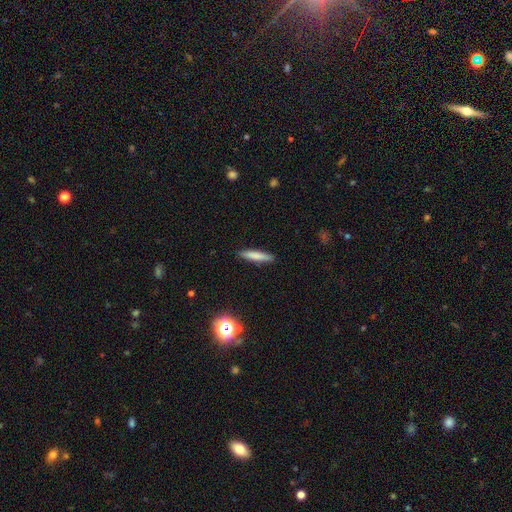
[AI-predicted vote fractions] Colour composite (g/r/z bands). It shows a smooth galaxy with no disk features (76%) that is cigar-shaped (89%). Merging: none (90%).